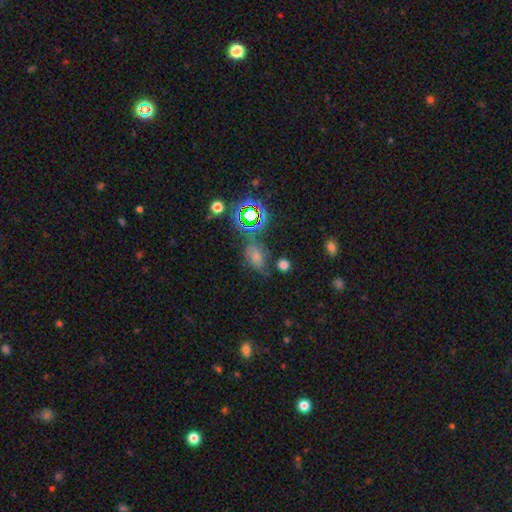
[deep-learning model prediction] smooth-or-featured: smooth: 48% | star or artifact: 30% | featured or disk: 22%
  merging: none: 50% | minor disturbance: 26% | major disturbance: 15% | merger: 8%